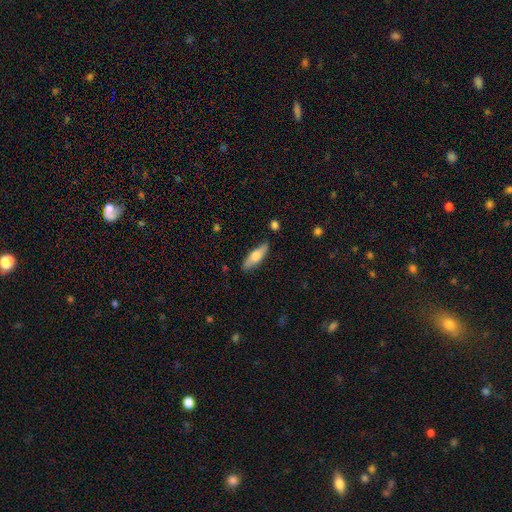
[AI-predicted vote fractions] This is likely a smooth galaxy (65%). How rounded: possibly cigar-shaped (49%). Merging: clearly none (85%).